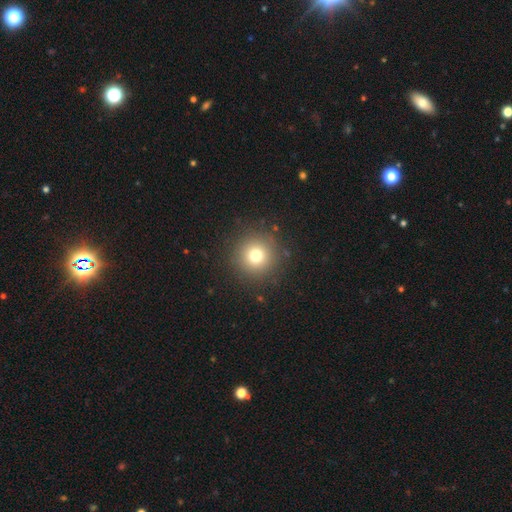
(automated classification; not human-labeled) Q: Smooth or featured?
A: smooth (75%); runner-up: star or artifact (15%)
Q: How rounded?
A: round (95%); runner-up: in between (4%)
Q: Merging?
A: none (89%); runner-up: minor disturbance (6%)